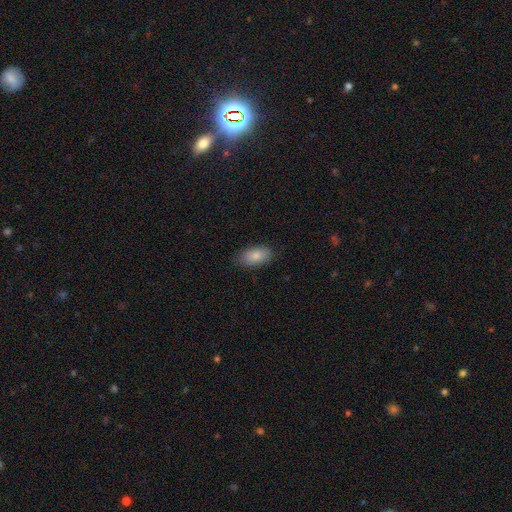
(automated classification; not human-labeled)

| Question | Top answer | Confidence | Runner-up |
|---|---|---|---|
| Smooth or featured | smooth | 84% | featured or disk (9%) |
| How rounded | in between | 93% | round (4%) |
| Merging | none | 84% | minor disturbance (12%) |